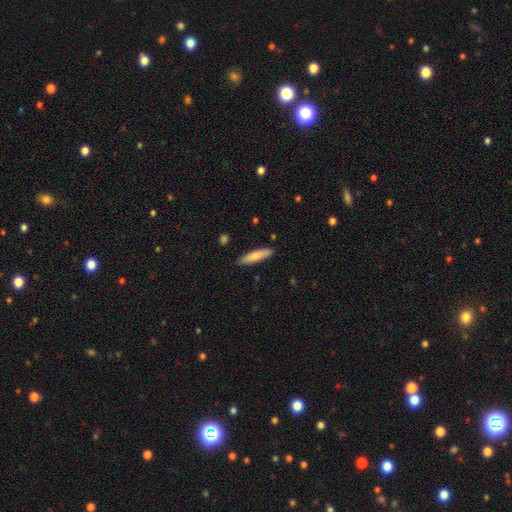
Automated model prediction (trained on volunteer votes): A smooth galaxy with no disk features (79%) that is cigar-shaped (75%).

Vote fractions:
- Smooth or featured? smooth: 79% / featured or disk: 16% / star or artifact: 5%
- How rounded? cigar-shaped: 75% / in between: 24% / round: 1%
- Merging? none: 88% / minor disturbance: 9% / major disturbance: 2% / merger: 1%